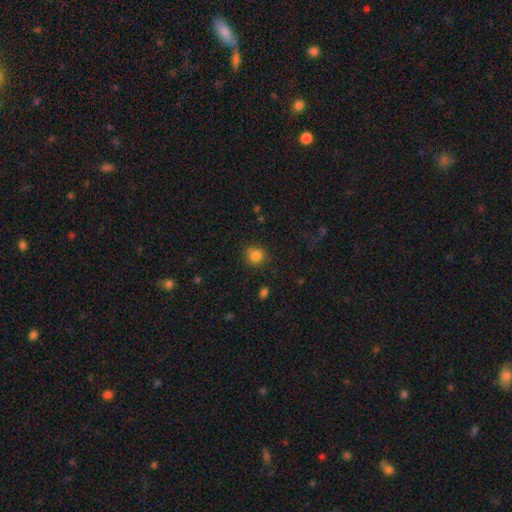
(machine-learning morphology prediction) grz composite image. It shows a smooth galaxy with no disk features (84%) that is round (83%). Merging: none (82%).